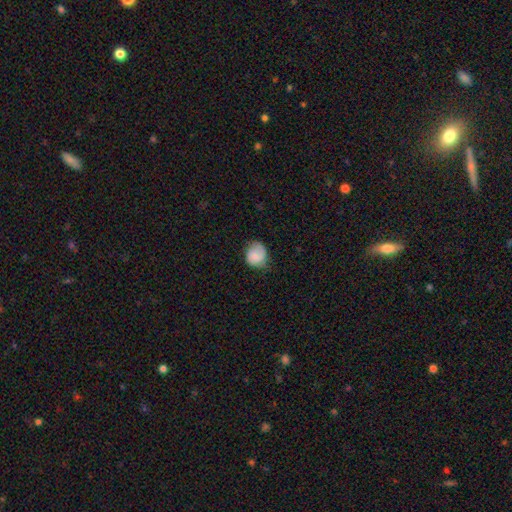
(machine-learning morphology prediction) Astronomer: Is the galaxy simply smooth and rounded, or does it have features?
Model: smooth — 66%.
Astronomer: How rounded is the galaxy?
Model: round — 70%.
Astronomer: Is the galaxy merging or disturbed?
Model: none — 62%.